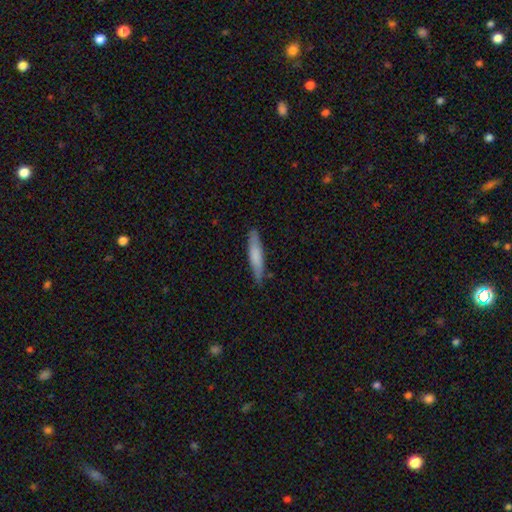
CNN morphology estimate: smooth 73%, featured or disk 21%, star or artifact 5%. Down the decision tree: how rounded — cigar-shaped (88%); merging — none (84%).